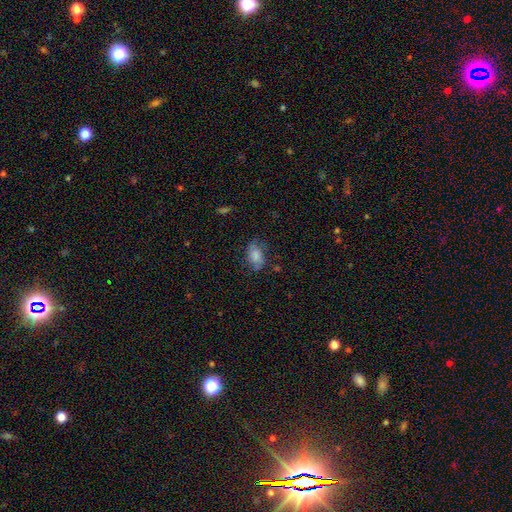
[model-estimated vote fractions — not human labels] Smooth or featured: smooth — 69% (featured or disk — 22%)
How rounded: in between — 87% (round — 11%)
Merging: none — 61% (minor disturbance — 25%)